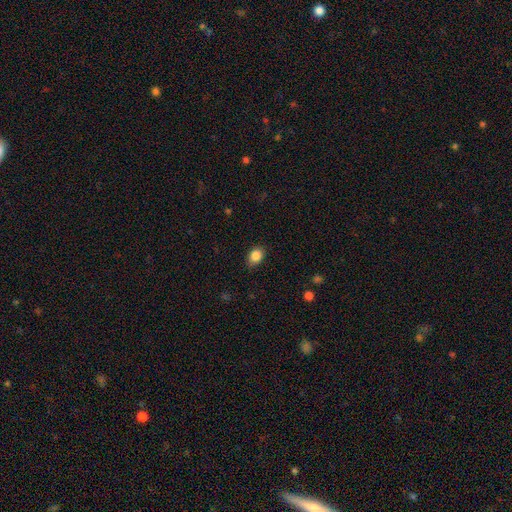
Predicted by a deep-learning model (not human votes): Q: Smooth or featured?
A: smooth (86%); runner-up: star or artifact (9%)
Q: How rounded?
A: in between (63%); runner-up: round (36%)
Q: Merging?
A: none (78%); runner-up: minor disturbance (18%)